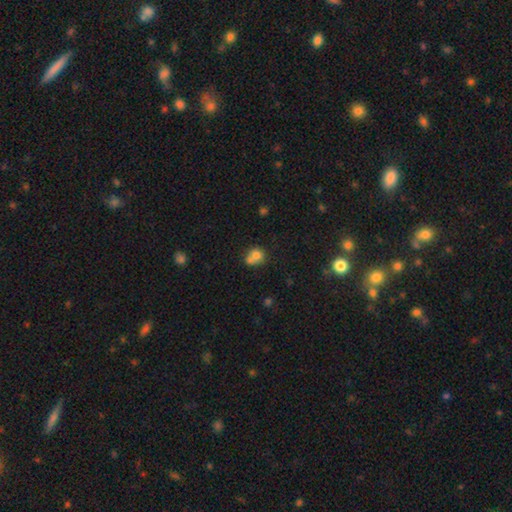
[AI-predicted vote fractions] Smooth or featured? smooth (74%)
How rounded? round (75%)
Merging? merger (53%)